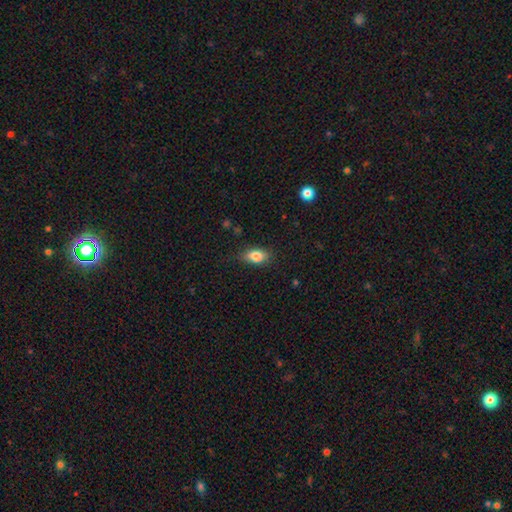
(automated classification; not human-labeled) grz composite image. It shows a smooth galaxy with no disk features (81%) that is in between round and cigar-shaped (85%). Merging: none (74%).